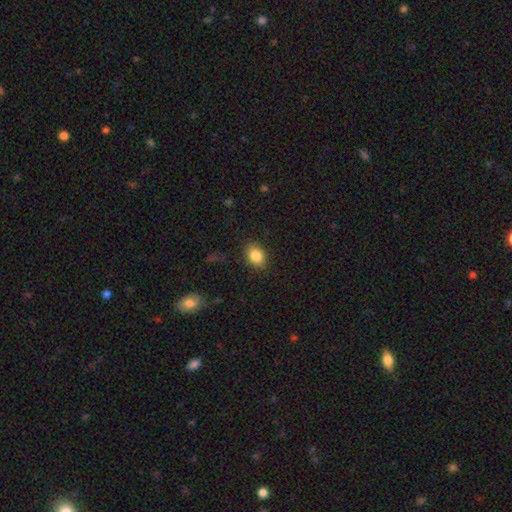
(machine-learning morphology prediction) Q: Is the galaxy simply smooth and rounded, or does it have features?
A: smooth — 85%.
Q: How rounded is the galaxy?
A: in between — 74%.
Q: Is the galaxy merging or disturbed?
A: none — 86%.